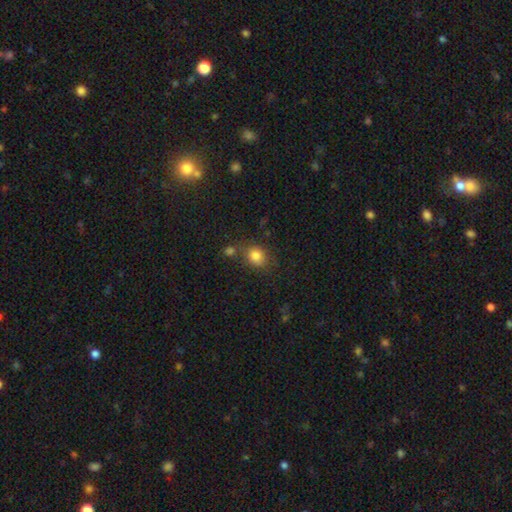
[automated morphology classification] Smooth or featured? smooth (82%)
How rounded? round (63%)
Merging? none (64%)